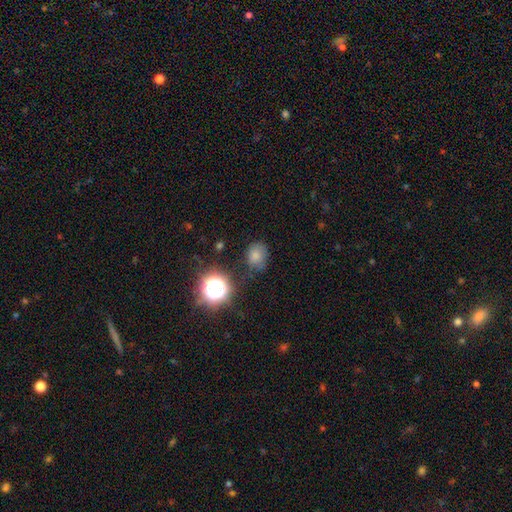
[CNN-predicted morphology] Smooth or featured?
  - smooth: 73% *
  - star or artifact: 18%
  - featured or disk: 9%
How rounded?
  - round: 60% *
  - in between: 39%
  - cigar-shaped: 1%
Merging?
  - none: 64% *
  - minor disturbance: 23%
  - major disturbance: 8%
  - merger: 5%